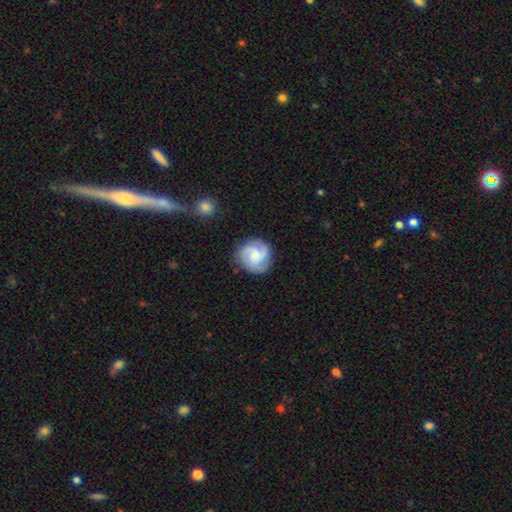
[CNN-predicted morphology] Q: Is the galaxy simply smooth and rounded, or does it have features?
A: featured or disk — 75%.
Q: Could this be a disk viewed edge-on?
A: no — 98%.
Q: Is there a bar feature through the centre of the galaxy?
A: no — 61%.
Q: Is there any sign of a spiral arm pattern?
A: yes — 96%.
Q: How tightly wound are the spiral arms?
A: medium — 47%.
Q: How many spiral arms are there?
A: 3 — 63%.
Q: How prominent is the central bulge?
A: moderate — 41%.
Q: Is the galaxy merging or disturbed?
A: none — 82%.